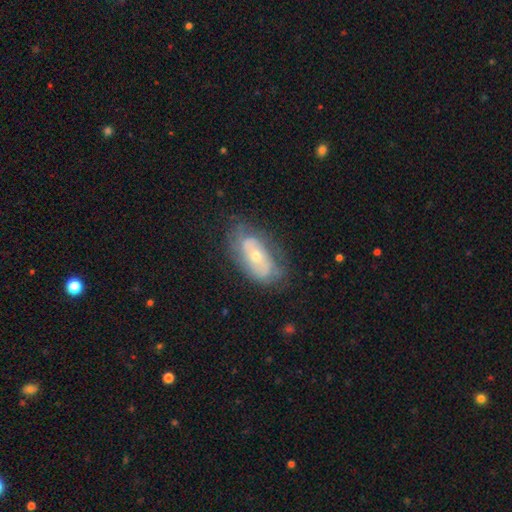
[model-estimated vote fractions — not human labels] A featured or disk galaxy (62%) with no bar (75%), spiral arms (63%) and a small central bulge (50%). Merging: none (64%).